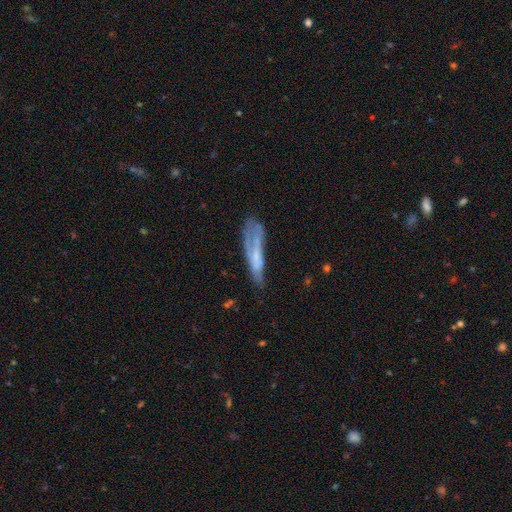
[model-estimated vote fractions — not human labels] smooth_or_featured: smooth (p=0.47) [alt: featured or disk p=0.44]
merging: none (p=0.41) [alt: minor disturbance p=0.28]